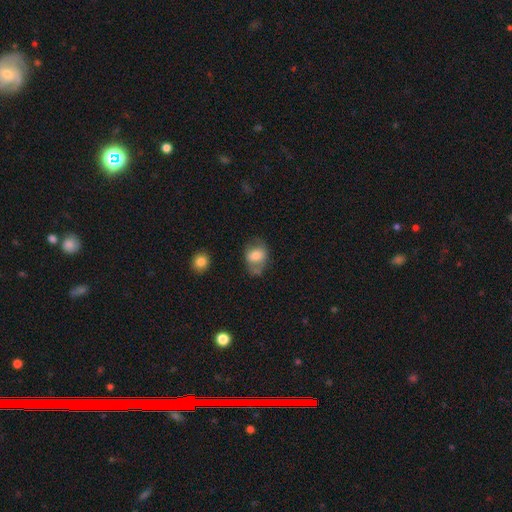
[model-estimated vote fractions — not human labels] A smooth galaxy with no disk features (66%) that is in between round and cigar-shaped (62%).

Vote fractions:
- Smooth or featured? smooth: 66% / featured or disk: 26% / star or artifact: 8%
- How rounded? in between: 62% / round: 37% / cigar-shaped: 1%
- Merging? none: 50% / minor disturbance: 27% / major disturbance: 16% / merger: 7%